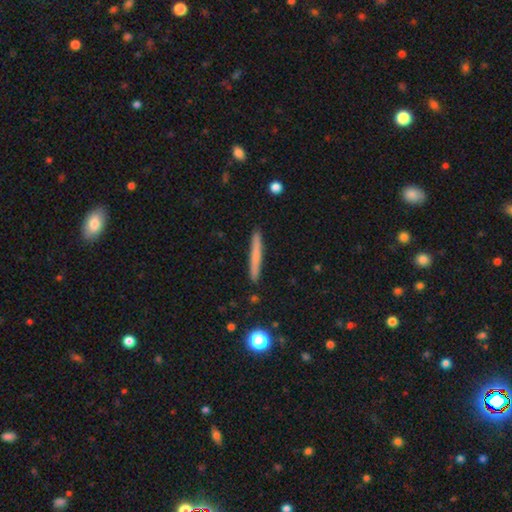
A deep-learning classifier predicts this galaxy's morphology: Smooth or featured: smooth — 67% (featured or disk — 27%)
How rounded: cigar-shaped — 96% (in between — 2%)
Merging: none — 91% (minor disturbance — 6%)